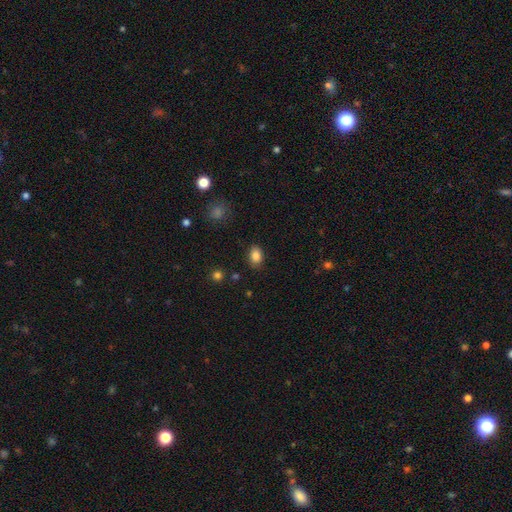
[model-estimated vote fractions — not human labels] Smooth or featured? Predicted: smooth (p=0.86). How rounded? Predicted: in between (p=0.80). Merging? Predicted: none (p=0.86).